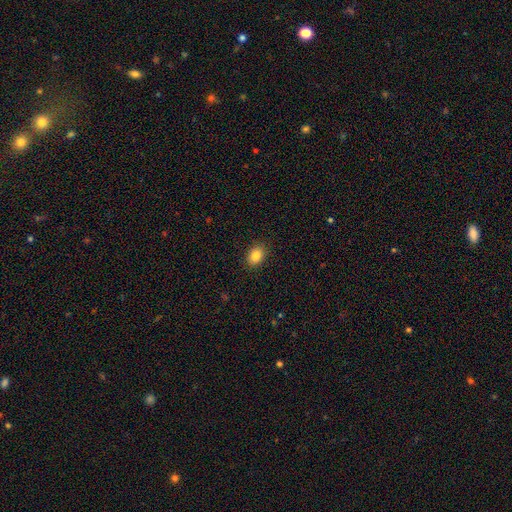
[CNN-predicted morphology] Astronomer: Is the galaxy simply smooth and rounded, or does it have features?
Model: smooth — 85%.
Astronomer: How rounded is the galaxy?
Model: in between — 72%.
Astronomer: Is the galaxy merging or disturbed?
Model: none — 89%.